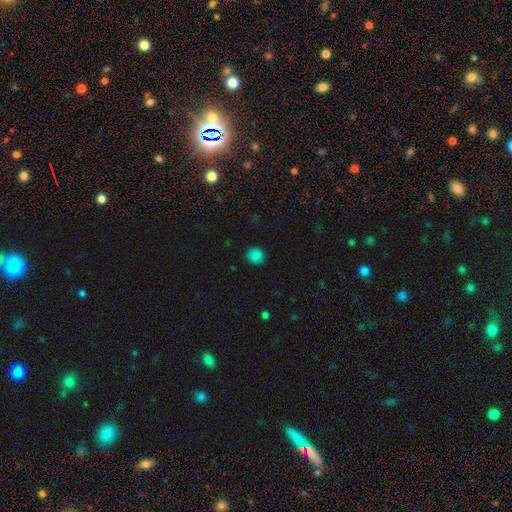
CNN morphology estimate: smooth_or_featured: smooth (p=0.84) [alt: star or artifact p=0.12]
how_rounded: round (p=0.86) [alt: in between p=0.13]
merging: none (p=0.88) [alt: minor disturbance p=0.09]